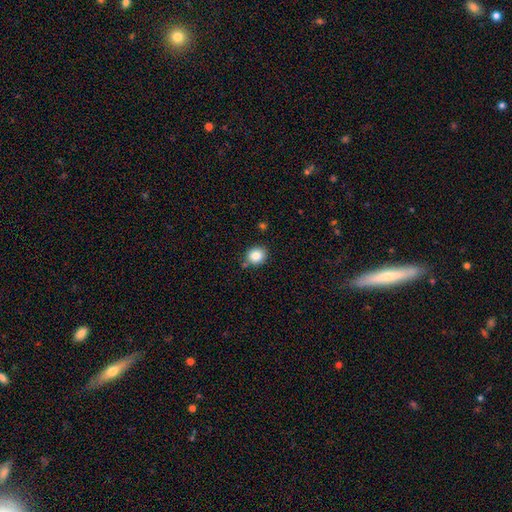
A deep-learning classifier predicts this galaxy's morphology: type=smooth (86%); roundness=round (75%); merging=none (80%).